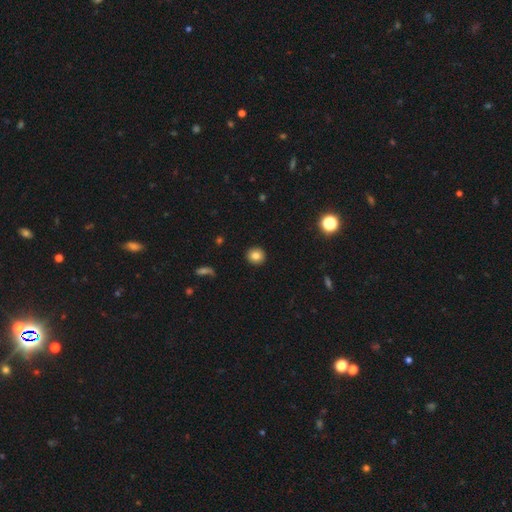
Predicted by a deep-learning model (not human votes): The model was most divided on "smooth or featured": smooth: 83%, star or artifact: 10%, featured or disk: 7%. More confident: merging — none (92%); how rounded — round (91%).